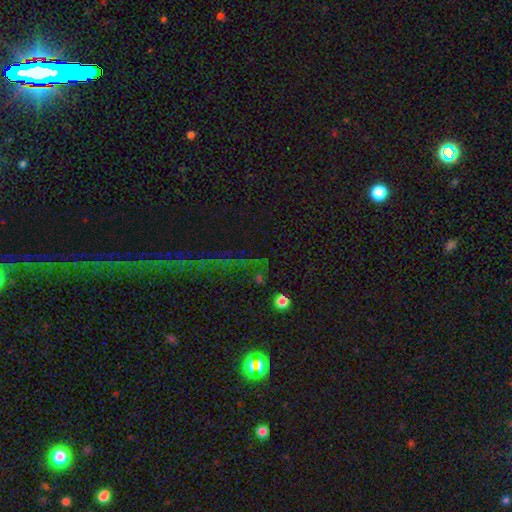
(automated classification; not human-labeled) Smooth or featured?
  - star or artifact: 66% *
  - smooth: 23%
  - featured or disk: 11%